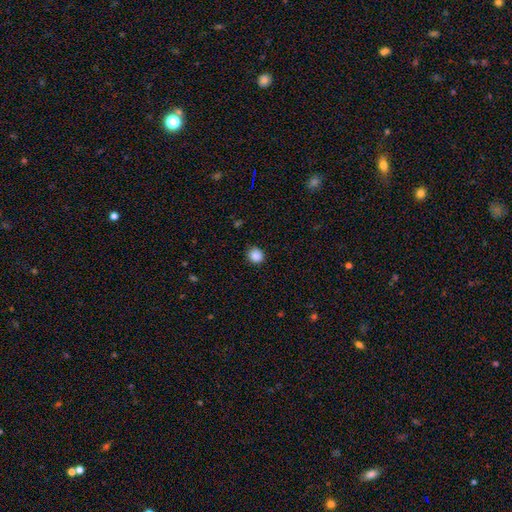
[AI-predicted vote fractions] smooth-or-featured: smooth: 88% | star or artifact: 10% | featured or disk: 3%
  how-rounded: round: 82% | in between: 17% | cigar-shaped: 1%
  merging: none: 87% | minor disturbance: 9% | major disturbance: 2% | merger: 1%